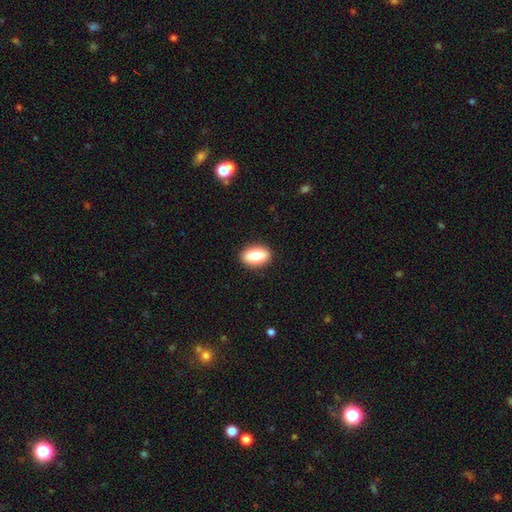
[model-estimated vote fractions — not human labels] This is clearly a smooth galaxy (80%). How rounded: clearly in between (87%). Merging: clearly none (90%).